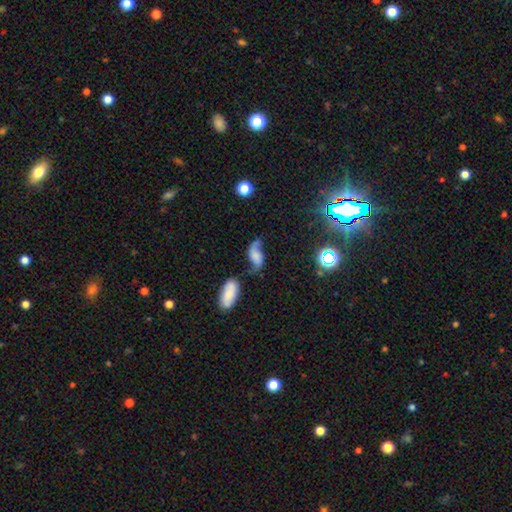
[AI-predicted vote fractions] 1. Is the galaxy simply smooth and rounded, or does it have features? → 63% featured or disk, 25% smooth, 12% star or artifact.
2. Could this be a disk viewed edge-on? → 94% no, 6% yes.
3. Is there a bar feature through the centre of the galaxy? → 61% no, 28% weak, 10% strong.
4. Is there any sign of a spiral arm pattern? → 90% yes, 10% no.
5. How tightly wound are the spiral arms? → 81% loose, 14% medium, 4% tight.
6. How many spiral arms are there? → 88% 2, 7% 1, 3% can't tell, 1% 3, 1% 4, 1% more than 4.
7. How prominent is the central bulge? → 48% none, 17% small, 15% large, 14% moderate, 7% dominant.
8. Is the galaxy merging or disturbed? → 46% none, 23% minor disturbance, 16% major disturbance, 16% merger.